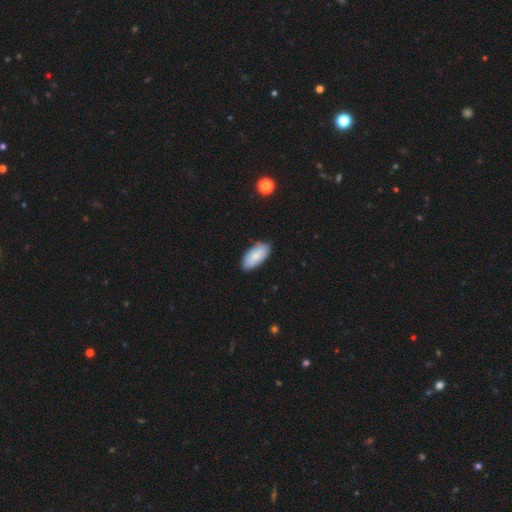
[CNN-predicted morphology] Smooth or featured: smooth — 80% (featured or disk — 14%)
How rounded: in between — 93% (cigar-shaped — 5%)
Merging: none — 84% (minor disturbance — 12%)